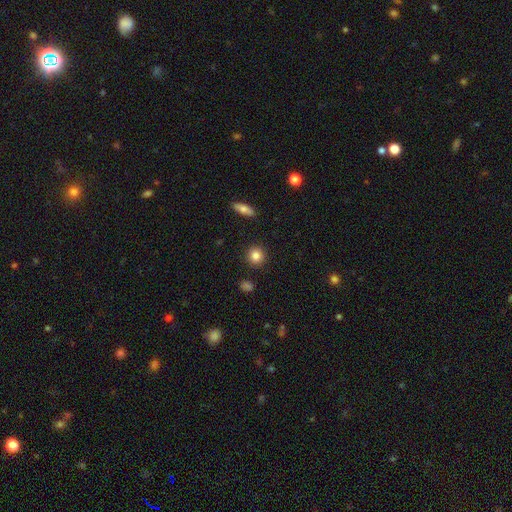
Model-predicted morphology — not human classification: Smooth or featured?
  - smooth: 85% *
  - star or artifact: 9%
  - featured or disk: 6%
How rounded?
  - round: 91% *
  - in between: 7%
  - cigar-shaped: 1%
Merging?
  - none: 91% *
  - minor disturbance: 5%
  - major disturbance: 2%
  - merger: 2%